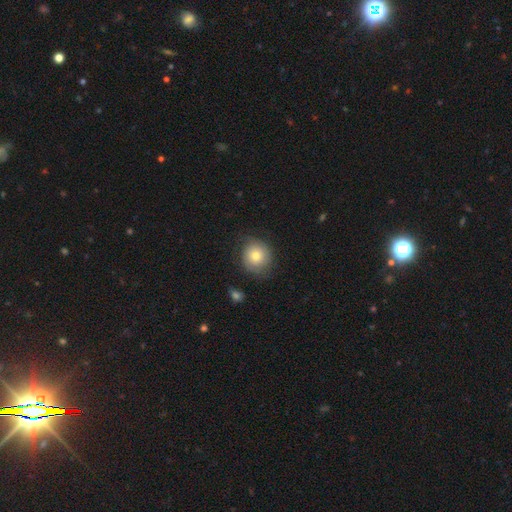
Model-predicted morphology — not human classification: A smooth galaxy with no disk features (70%) that is round (88%).

Vote fractions:
- Smooth or featured? smooth: 70% / featured or disk: 22% / star or artifact: 8%
- How rounded? round: 88% / in between: 11% / cigar-shaped: 1%
- Merging? none: 72% / minor disturbance: 20% / major disturbance: 7% / merger: 2%